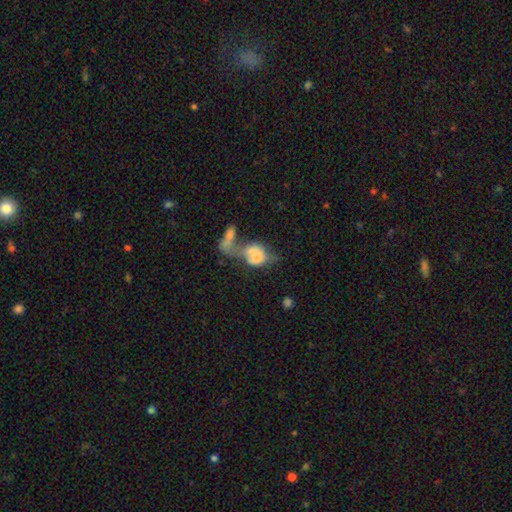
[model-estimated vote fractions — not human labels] Morphology: type=smooth (60%); roundness=in between (64%); merging=merger (65%).